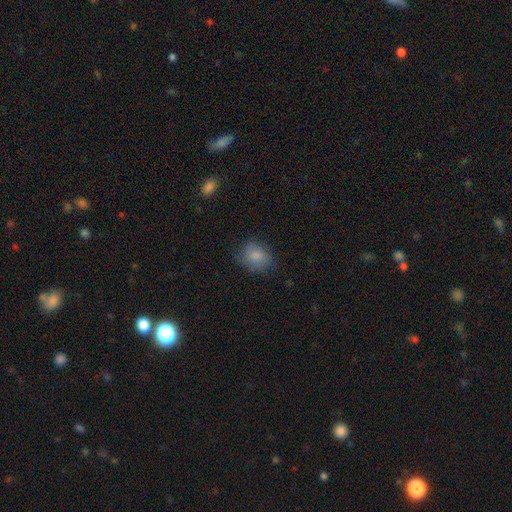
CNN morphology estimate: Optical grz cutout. It shows a smooth galaxy with no disk features (81%) that is round (59%). Merging: none (70%).